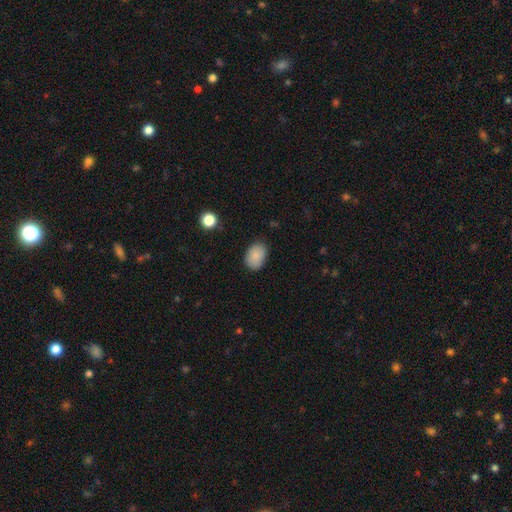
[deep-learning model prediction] Overall: smooth (87%). How rounded: in between (79%). Merging: none (82%).